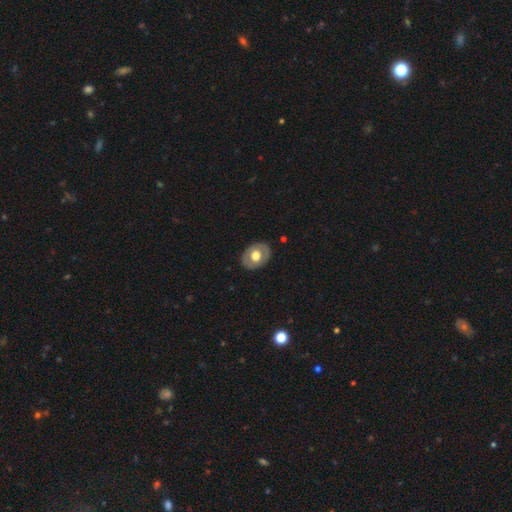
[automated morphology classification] Q: Smooth or featured?
A: smooth (52%); runner-up: featured or disk (42%)
Q: How rounded?
A: in between (65%); runner-up: round (34%)
Q: Merging?
A: none (85%); runner-up: minor disturbance (11%)